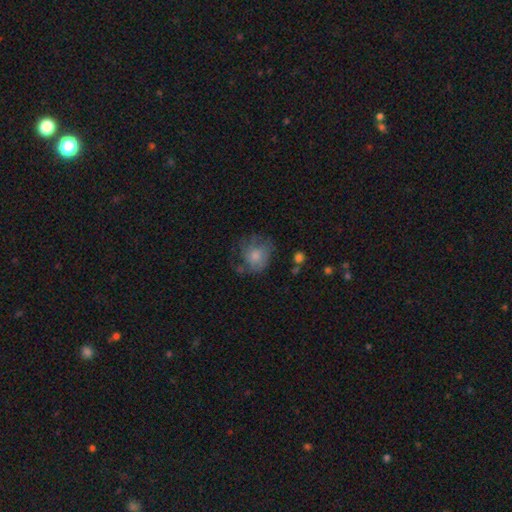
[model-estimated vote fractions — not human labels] A smooth galaxy with no disk features (62%) that is round (71%).

Vote fractions:
- Smooth or featured? smooth: 62% / featured or disk: 30% / star or artifact: 9%
- How rounded? round: 71% / in between: 28% / cigar-shaped: 1%
- Merging? none: 44% / minor disturbance: 27% / major disturbance: 25% / merger: 3%